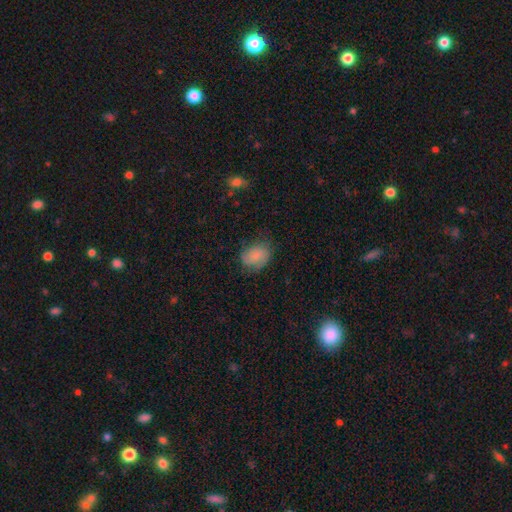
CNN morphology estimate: smooth 78%, featured or disk 13%, star or artifact 8%. Down the decision tree: how rounded — in between (64%); merging — none (63%).